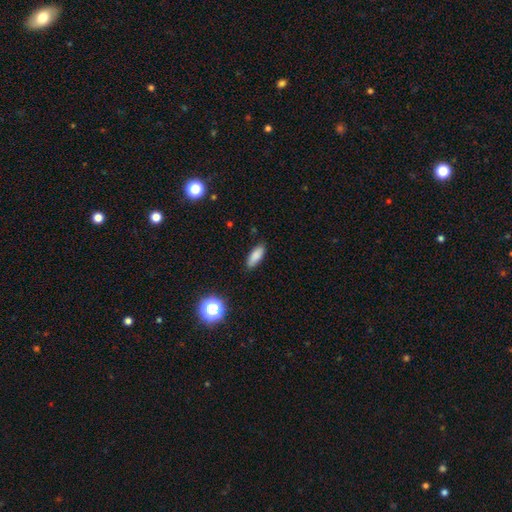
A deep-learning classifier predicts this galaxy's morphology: Overall: smooth (85%). How rounded: in between (73%). Merging: none (85%).